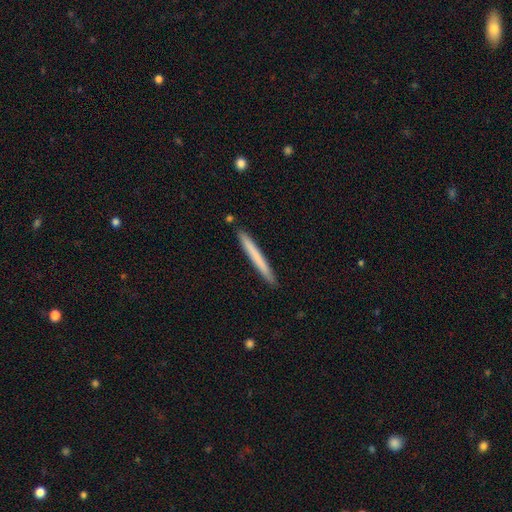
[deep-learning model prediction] smooth-or-featured: smooth: 69% | featured or disk: 26% | star or artifact: 5%
  how-rounded: cigar-shaped: 97% | in between: 2% | round: 1%
  merging: none: 91% | minor disturbance: 7% | merger: 1% | major disturbance: 1%